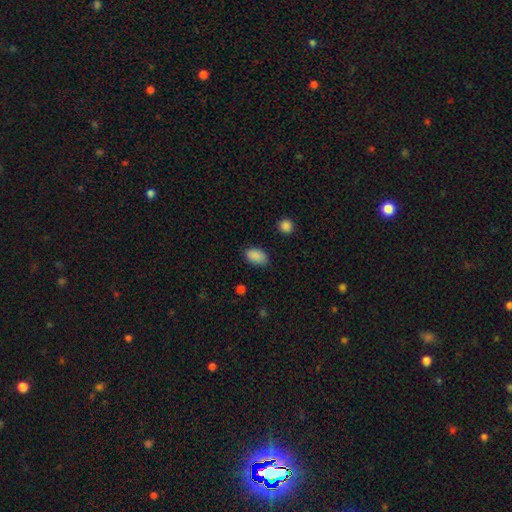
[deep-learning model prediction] Morphology: type=smooth (89%); roundness=in between (90%); merging=none (82%).